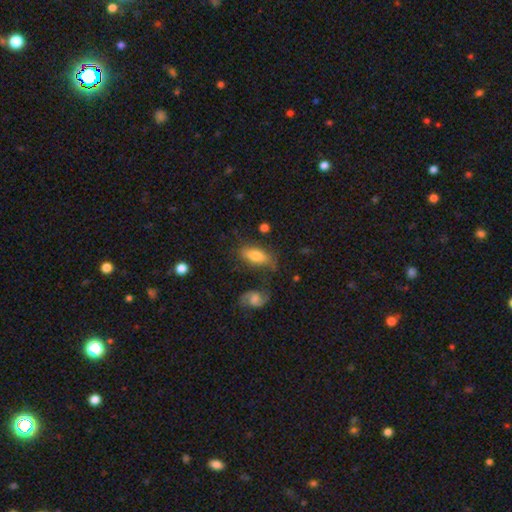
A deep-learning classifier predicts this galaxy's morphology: type=smooth (68%); roundness=in between (81%); merging=none (63%).